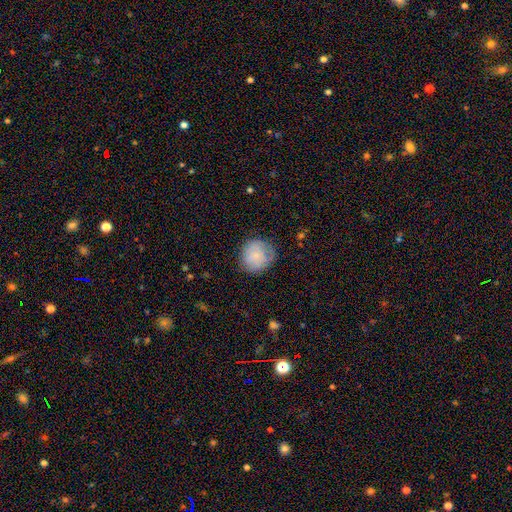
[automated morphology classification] A smooth galaxy with no disk features (74%) that is round (89%). Merging: none (71%).